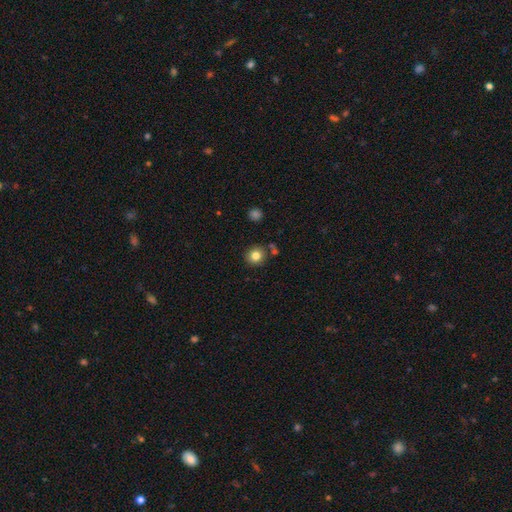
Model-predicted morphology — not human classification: This is clearly a smooth galaxy (81%). How rounded: clearly round (90%). Merging: clearly none (82%).